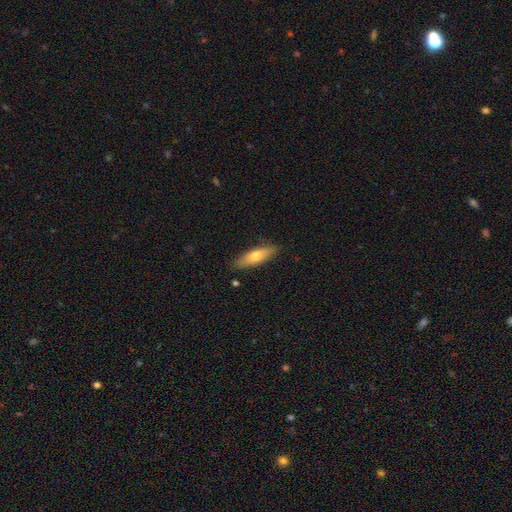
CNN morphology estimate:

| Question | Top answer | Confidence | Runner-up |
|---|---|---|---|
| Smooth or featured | smooth | 65% | featured or disk (29%) |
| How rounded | cigar-shaped | 59% | in between (39%) |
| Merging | none | 86% | minor disturbance (11%) |